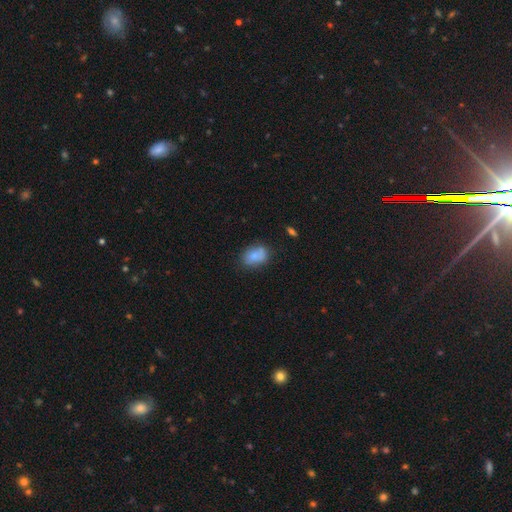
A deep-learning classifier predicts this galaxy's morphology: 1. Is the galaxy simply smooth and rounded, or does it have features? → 76% smooth, 16% featured or disk, 8% star or artifact.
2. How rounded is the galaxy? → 79% in between, 19% round, 1% cigar-shaped.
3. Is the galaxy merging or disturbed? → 62% none, 22% minor disturbance, 10% merger, 6% major disturbance.